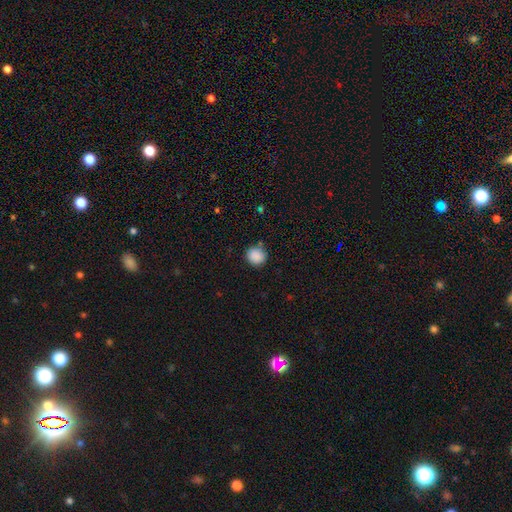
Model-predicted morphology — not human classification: Q: Smooth or featured?
A: smooth (88%); runner-up: star or artifact (8%)
Q: How rounded?
A: round (86%); runner-up: in between (13%)
Q: Merging?
A: none (82%); runner-up: minor disturbance (12%)